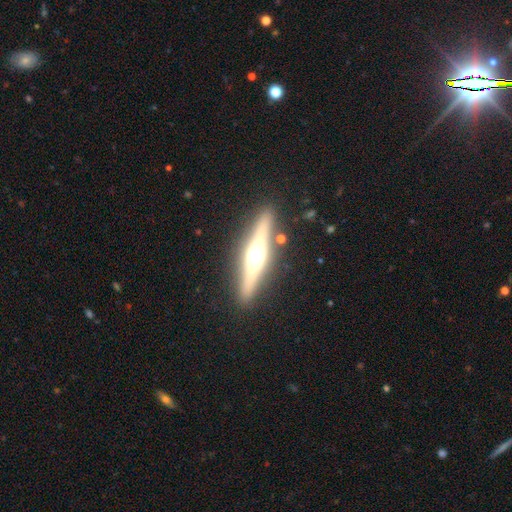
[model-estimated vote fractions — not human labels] This is likely a featured or disk galaxy (65%). It is clearly viewed edge-on (94%). Edge-on bulge: clearly rounded (93%). Merging: clearly none (87%).